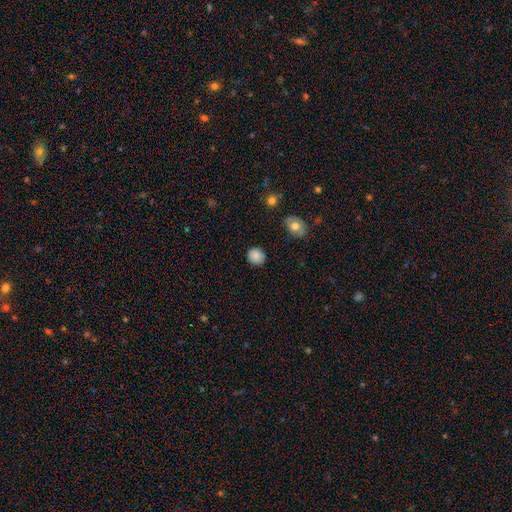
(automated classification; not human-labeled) Smooth or featured? smooth (85%)
How rounded? round (85%)
Merging? none (86%)